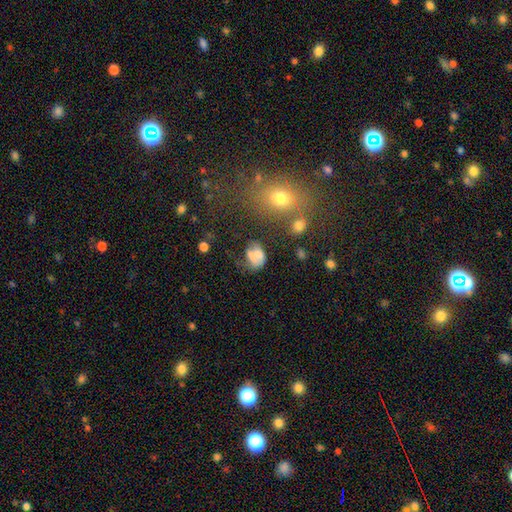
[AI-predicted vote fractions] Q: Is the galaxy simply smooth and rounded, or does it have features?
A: smooth — 58%.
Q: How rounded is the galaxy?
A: in between — 71%.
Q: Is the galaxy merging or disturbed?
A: merger — 30%, tied with none.